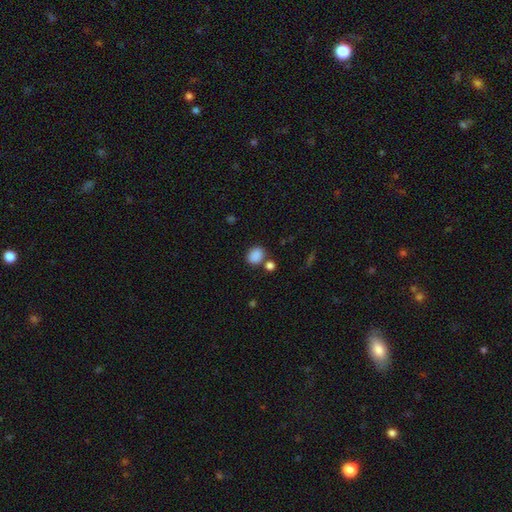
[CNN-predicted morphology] A smooth galaxy with no disk features (86%) that is round (51%). Merging: none (70%).